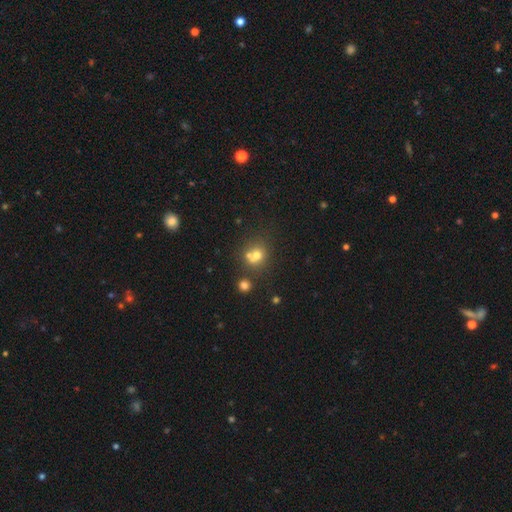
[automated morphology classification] A smooth galaxy with no disk features (67%) that is round (76%). Merging: merger (43%).